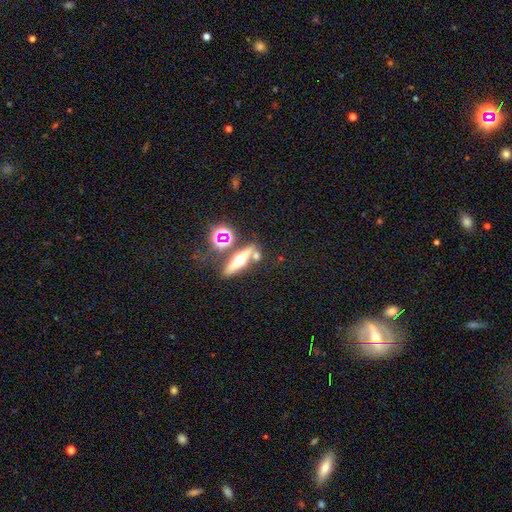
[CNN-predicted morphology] Smooth or featured?
  - featured or disk: 53% *
  - smooth: 30%
  - star or artifact: 17%
Edge-on disk?
  - yes: 86% *
  - no: 14%
Merging?
  - none: 73% *
  - merger: 13%
  - minor disturbance: 10%
  - major disturbance: 4%